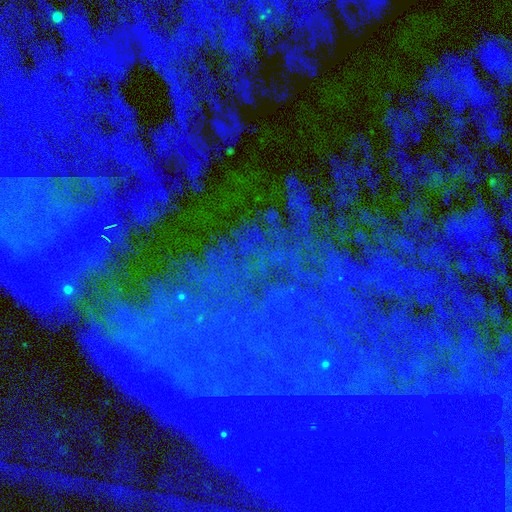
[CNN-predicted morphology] Smooth or featured? star or artifact (80%)